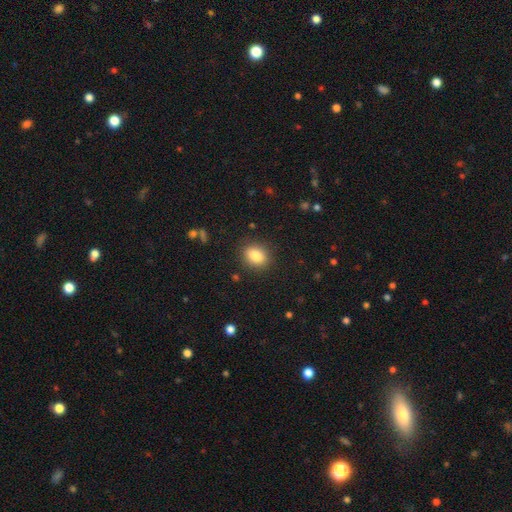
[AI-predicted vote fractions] Smooth or featured? Predicted: smooth (p=0.85). How rounded? Predicted: in between (p=0.57). Merging? Predicted: none (p=0.87).